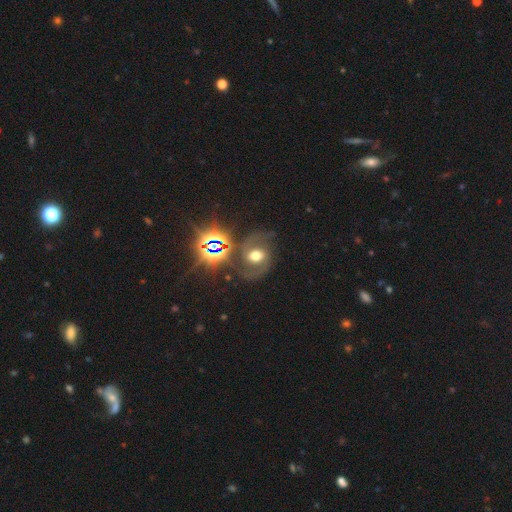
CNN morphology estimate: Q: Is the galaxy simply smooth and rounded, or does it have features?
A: featured or disk — 66%.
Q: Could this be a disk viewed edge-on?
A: no — 97%.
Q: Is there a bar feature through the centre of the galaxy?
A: no — 48%.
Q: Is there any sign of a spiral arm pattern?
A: yes — 90%.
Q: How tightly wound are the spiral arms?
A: medium — 54%.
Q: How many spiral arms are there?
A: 2 — 91%.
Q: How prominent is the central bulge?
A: moderate — 63%.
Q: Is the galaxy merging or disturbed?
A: none — 71%.